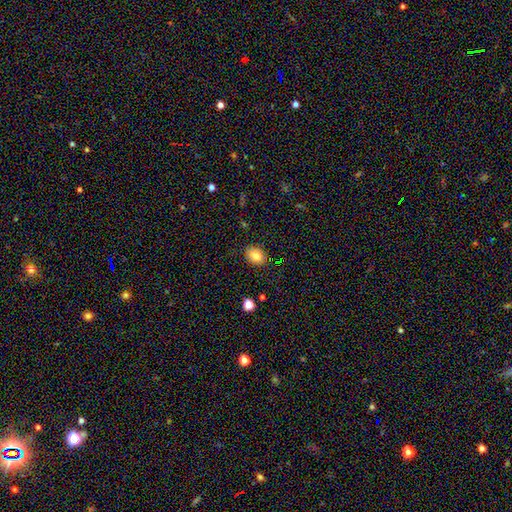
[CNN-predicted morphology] This is clearly a smooth galaxy (83%). How rounded: possibly in between (57%). Merging: clearly none (88%).